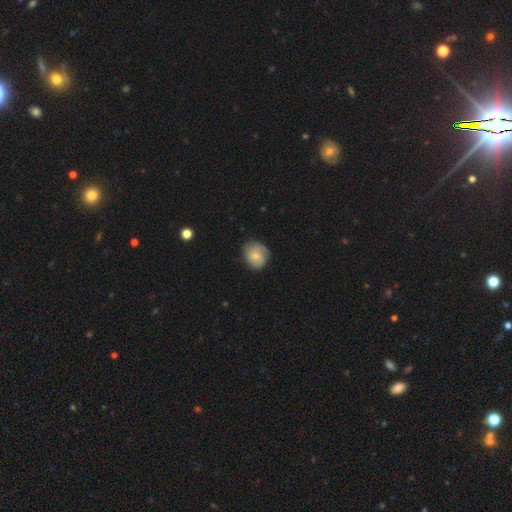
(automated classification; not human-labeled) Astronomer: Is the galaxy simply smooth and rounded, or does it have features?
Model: smooth — 63%.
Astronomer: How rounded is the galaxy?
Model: round — 70%.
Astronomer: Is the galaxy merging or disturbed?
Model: none — 66%.